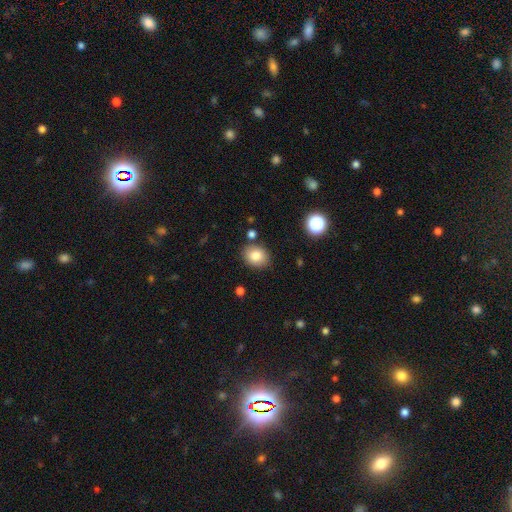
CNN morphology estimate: Smooth or featured: smooth — 82% (star or artifact — 10%)
How rounded: round — 56% (in between — 43%)
Merging: none — 83% (minor disturbance — 10%)